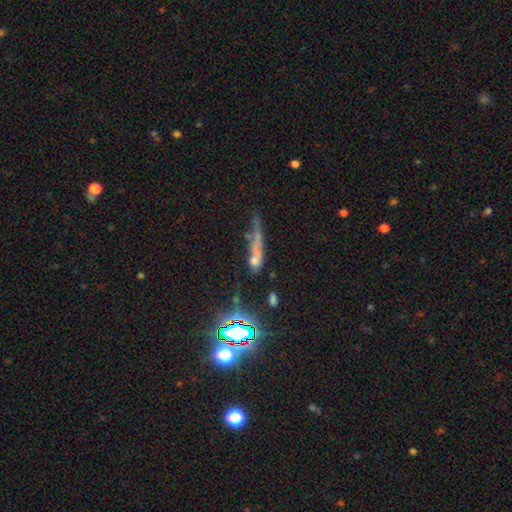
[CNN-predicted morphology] smooth 45%, featured or disk 28%, star or artifact 27%. Down the decision tree: merging — none (39%).